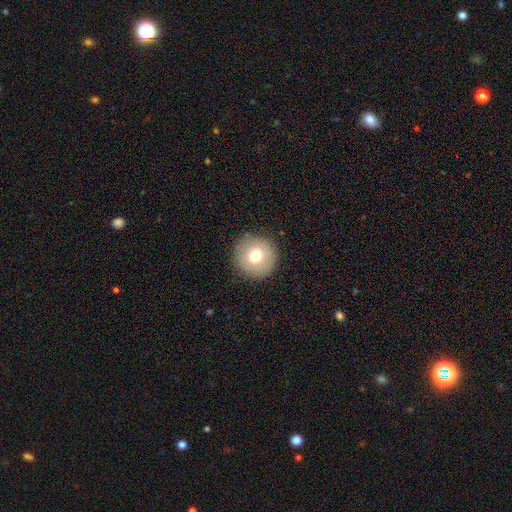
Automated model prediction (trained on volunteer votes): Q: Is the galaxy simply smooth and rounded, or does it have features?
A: smooth — 73%.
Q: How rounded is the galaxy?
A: round — 95%.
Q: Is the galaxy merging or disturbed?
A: none — 91%.